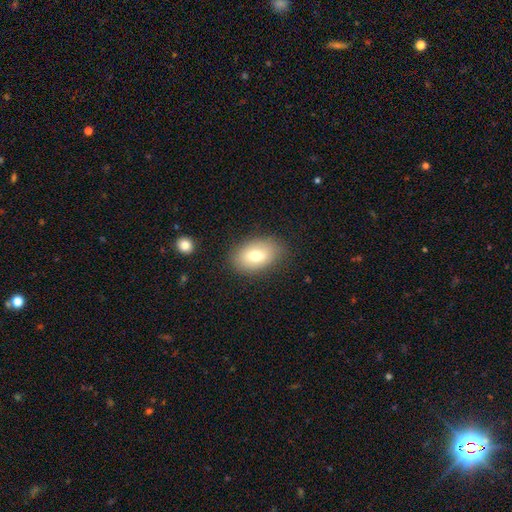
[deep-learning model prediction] This appears to be a smooth galaxy with no disk features (73%) that is in between round and cigar-shaped (88%). Merging: none (82%).